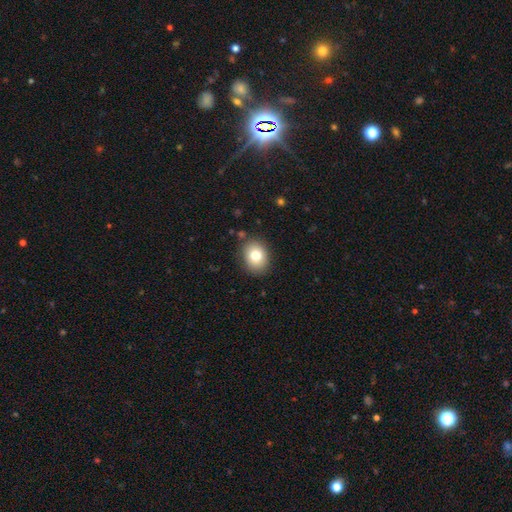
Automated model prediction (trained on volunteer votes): smooth_or_featured: smooth (p=0.80) [alt: featured or disk p=0.11]
how_rounded: round (p=0.51) [alt: in between p=0.48]
merging: none (p=0.86) [alt: minor disturbance p=0.10]